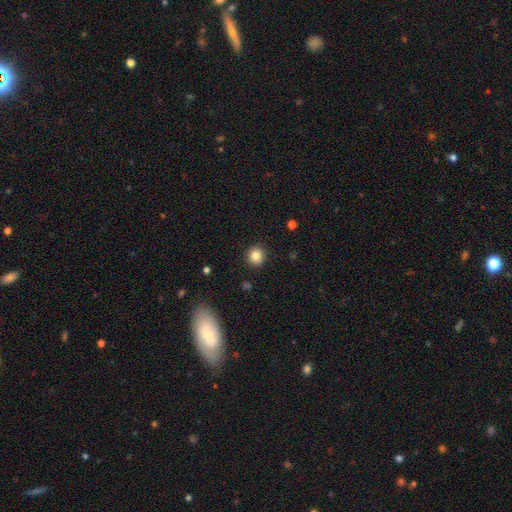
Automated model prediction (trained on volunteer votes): Smooth or featured? Predicted: smooth (p=0.83). How rounded? Predicted: round (p=0.89). Merging? Predicted: none (p=0.91).